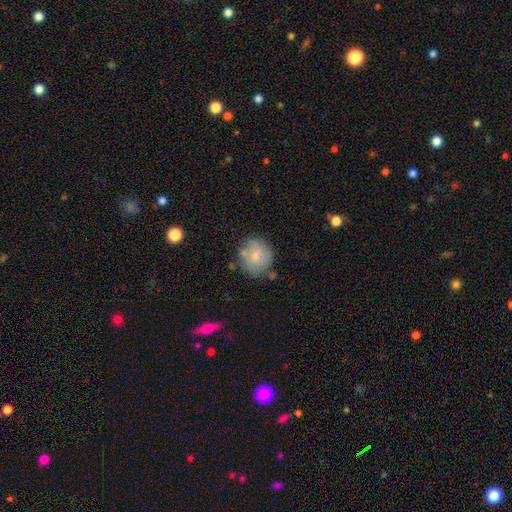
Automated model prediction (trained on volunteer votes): smooth 70%, featured or disk 22%, star or artifact 8%. Down the decision tree: how rounded — round (86%); merging — none (67%).